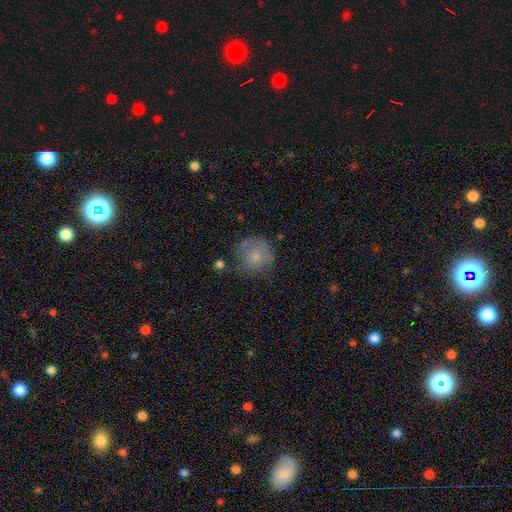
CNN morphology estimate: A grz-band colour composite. It shows a smooth galaxy with no disk features (68%) that is round (87%). Merging: none (57%).